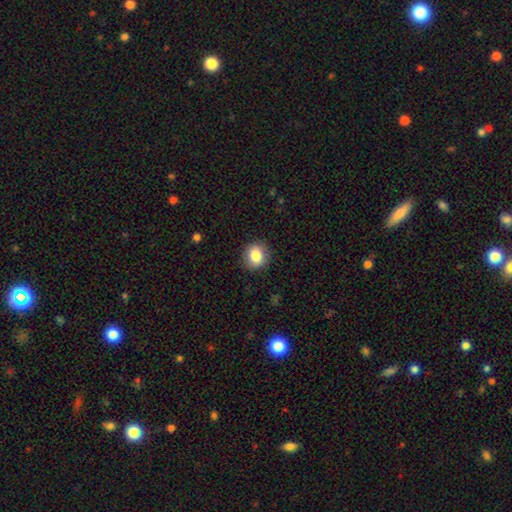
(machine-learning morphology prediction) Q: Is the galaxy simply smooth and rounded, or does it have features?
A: smooth — 84%.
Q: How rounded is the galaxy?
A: round — 75%.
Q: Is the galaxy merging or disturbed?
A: none — 88%.